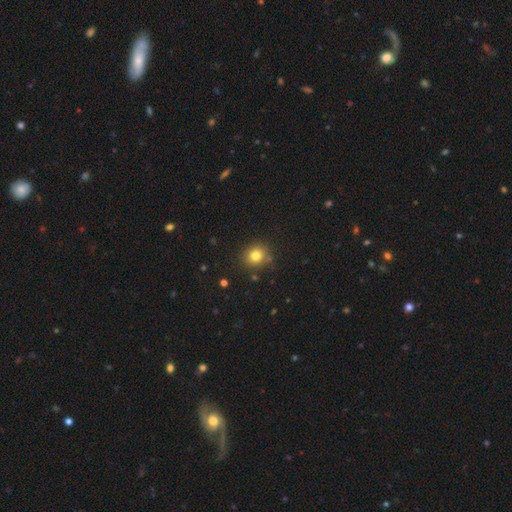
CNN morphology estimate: A smooth galaxy with no disk features (79%) that is round (81%). Merging: none (85%).